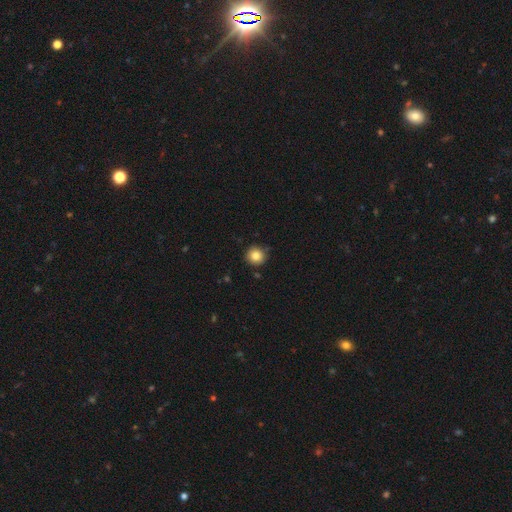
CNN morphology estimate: A smooth galaxy with no disk features (84%) that is round (93%).

Vote fractions:
- Smooth or featured? smooth: 84% / star or artifact: 10% / featured or disk: 6%
- How rounded? round: 93% / in between: 6% / cigar-shaped: 1%
- Merging? none: 86% / minor disturbance: 10% / merger: 2% / major disturbance: 2%